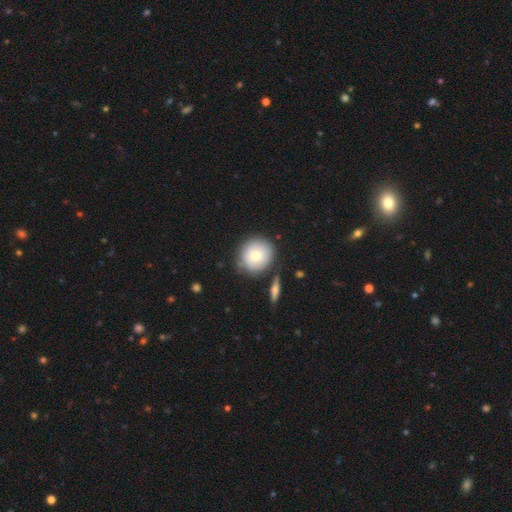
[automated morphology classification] A smooth galaxy with no disk features (73%) that is round (88%). Merging: none (78%).